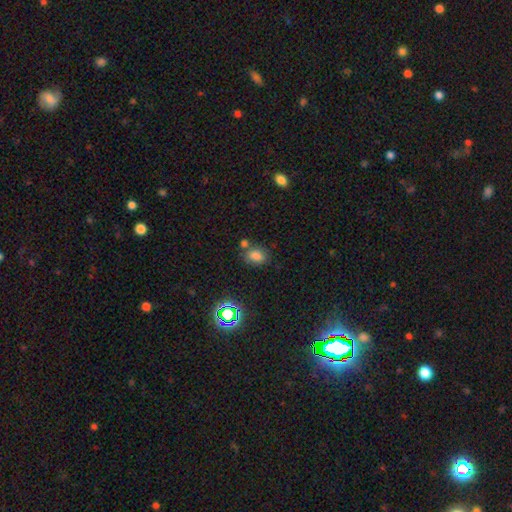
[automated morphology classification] smooth-or-featured: smooth: 74% | star or artifact: 18% | featured or disk: 8%
  how-rounded: in between: 70% | round: 29% | cigar-shaped: 1%
  merging: none: 67% | merger: 14% | minor disturbance: 14% | major disturbance: 4%